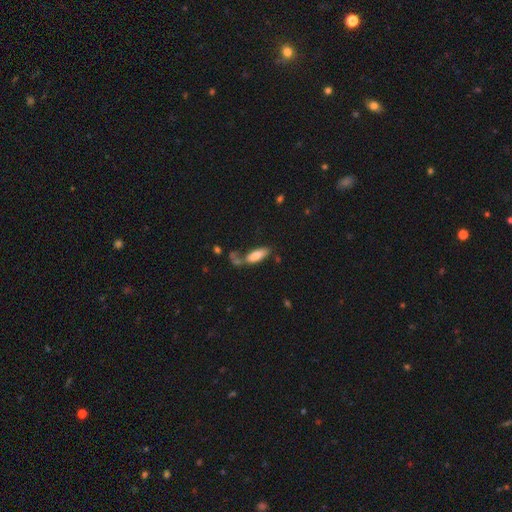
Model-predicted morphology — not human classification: smooth 78%, featured or disk 15%, star or artifact 7%. Down the decision tree: how rounded — in between (64%); merging — none (50%).